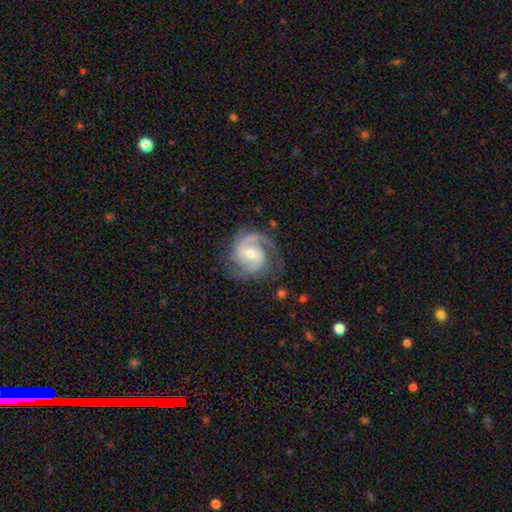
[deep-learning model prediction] smooth-or-featured: featured or disk: 89% | smooth: 6% | star or artifact: 5%
  disk-edge-on: no: 98% | yes: 2%
    bar: weak: 47% | no: 38% | strong: 14%
    has-spiral-arms: yes: 98% | no: 2%
      spiral-winding: medium: 52% | tight: 35% | loose: 13%
      spiral-arm-count: 2: 77% | 3: 8% | 1: 7% | can't tell: 5% | 4: 2% | more than 4: 2%
    bulge-size: moderate: 55% | small: 38% | large: 4% | none: 2% | dominant: 1%
  merging: none: 72% | minor disturbance: 17% | major disturbance: 10% | merger: 1%